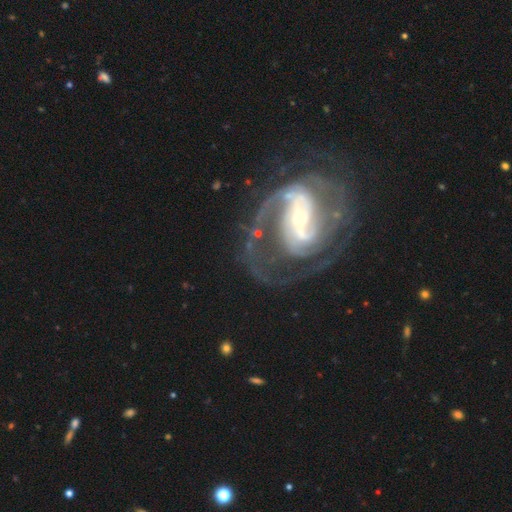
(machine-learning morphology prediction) smooth_or_featured: featured or disk (p=0.89) [alt: star or artifact p=0.06]
disk_edge_on: no (p=0.97) [alt: yes p=0.03]
bar: strong (p=0.39) [alt: weak p=0.37]
has_spiral_arms: yes (p=0.95) [alt: no p=0.05]
spiral_winding: medium (p=0.45) [alt: tight p=0.40]
spiral_arm_count: 2 (p=0.56) [alt: can't tell p=0.16]
bulge_size: small (p=0.59) [alt: moderate p=0.33]
merging: none (p=0.61) [alt: major disturbance p=0.21]